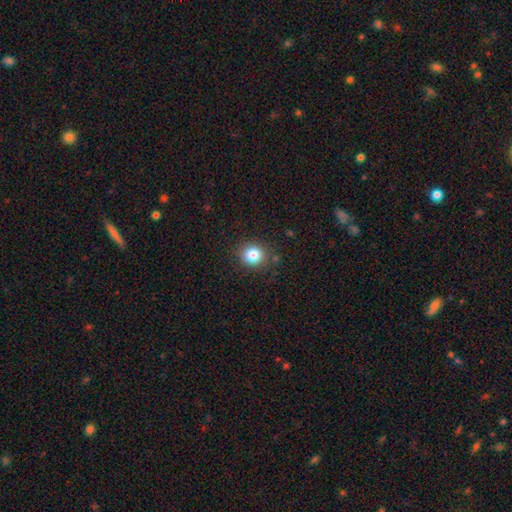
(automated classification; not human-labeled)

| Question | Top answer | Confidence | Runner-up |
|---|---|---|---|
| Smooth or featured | smooth | 81% | star or artifact (13%) |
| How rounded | round | 87% | in between (12%) |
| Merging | none | 89% | minor disturbance (7%) |